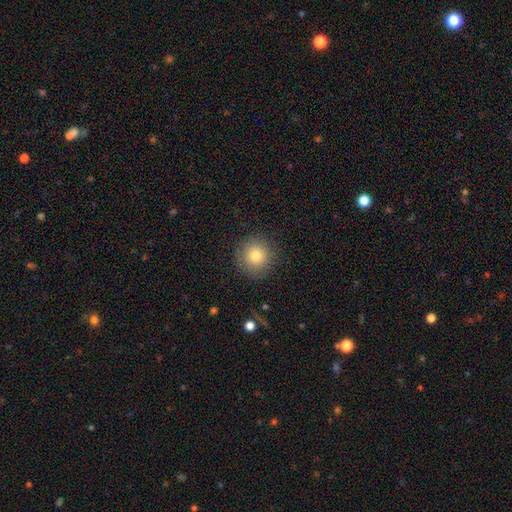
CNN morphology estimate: The model was most divided on "smooth or featured": smooth: 79%, star or artifact: 12%, featured or disk: 9%. More confident: how rounded — round (95%); merging — none (89%).